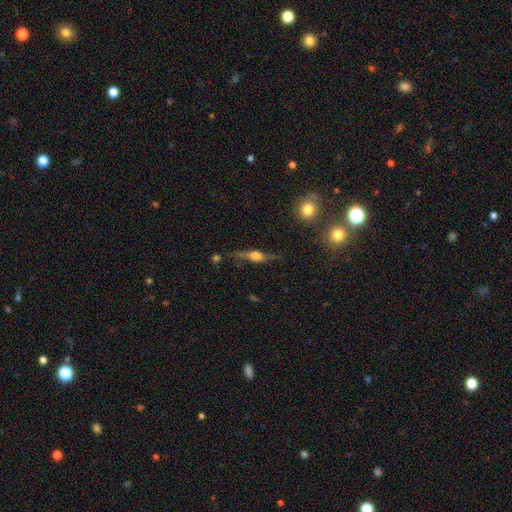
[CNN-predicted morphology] Q: Smooth or featured?
A: featured or disk (68%); runner-up: smooth (23%)
Q: Edge-on disk?
A: yes (90%); runner-up: no (10%)
Q: Edge-on bulge?
A: rounded (87%); runner-up: boxy (11%)
Q: Merging?
A: none (73%); runner-up: minor disturbance (17%)